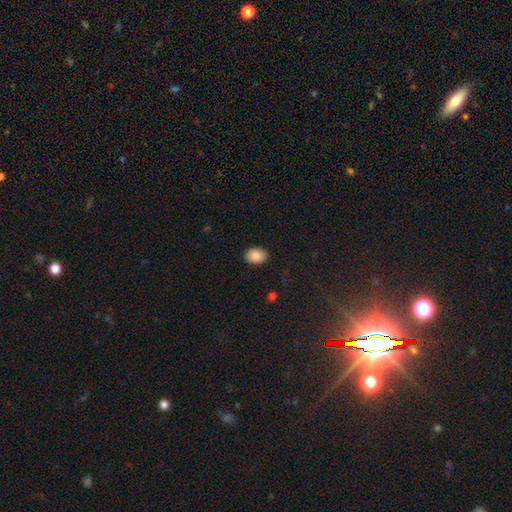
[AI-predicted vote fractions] Q: Smooth or featured?
A: smooth (89%); runner-up: star or artifact (8%)
Q: How rounded?
A: in between (74%); runner-up: round (25%)
Q: Merging?
A: none (89%); runner-up: minor disturbance (8%)